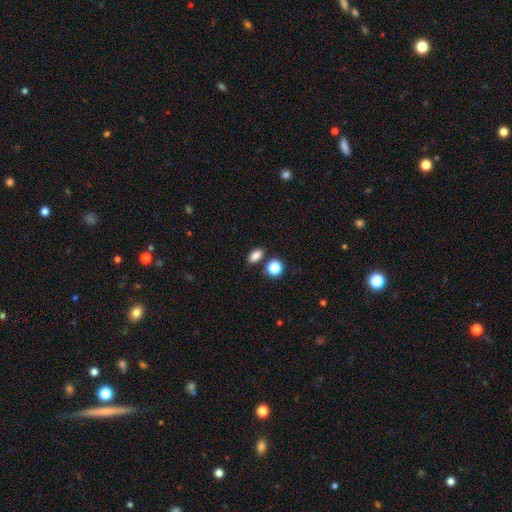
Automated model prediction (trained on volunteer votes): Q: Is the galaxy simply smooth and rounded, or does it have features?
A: smooth — 83%.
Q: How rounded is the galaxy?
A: in between — 80%.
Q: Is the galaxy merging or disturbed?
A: none — 80%.